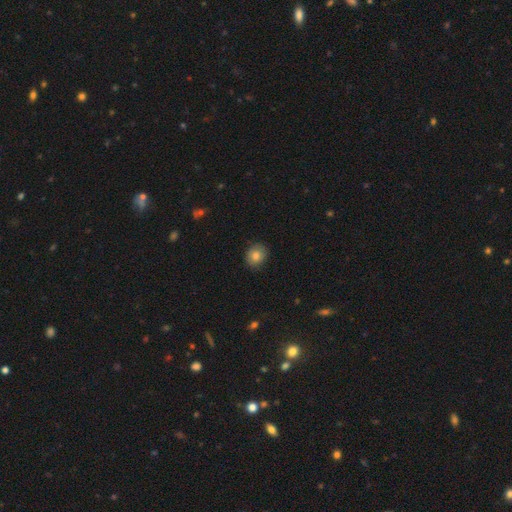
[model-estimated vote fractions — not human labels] Smooth or featured? Predicted: smooth (p=0.81). How rounded? Predicted: round (p=0.71). Merging? Predicted: none (p=0.85).